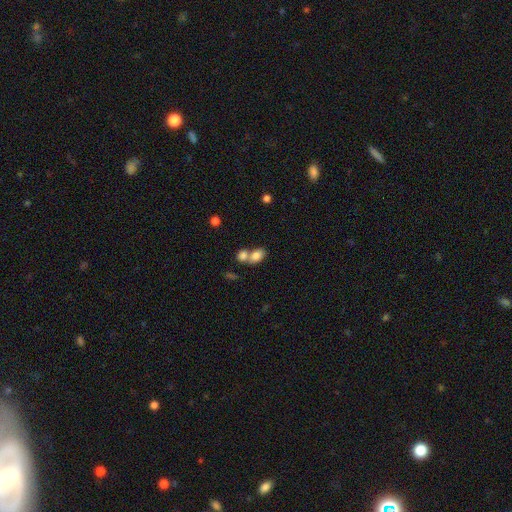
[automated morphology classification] type=smooth (81%); roundness=in between (79%); merging=merger (56%).